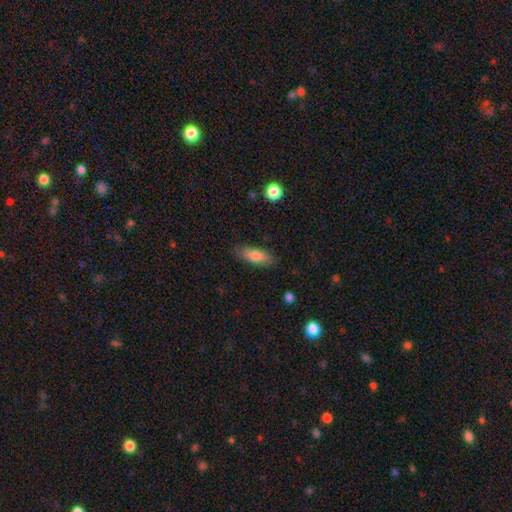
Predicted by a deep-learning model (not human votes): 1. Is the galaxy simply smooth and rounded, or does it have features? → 78% smooth, 16% featured or disk, 6% star or artifact.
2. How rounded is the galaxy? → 68% in between, 29% cigar-shaped, 2% round.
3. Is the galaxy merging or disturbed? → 83% none, 13% minor disturbance, 3% major disturbance, 1% merger.